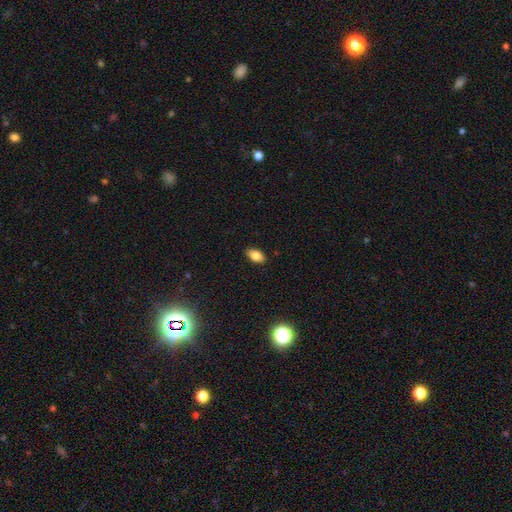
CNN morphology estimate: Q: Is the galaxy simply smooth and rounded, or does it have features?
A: smooth — 82%.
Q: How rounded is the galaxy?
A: in between — 91%.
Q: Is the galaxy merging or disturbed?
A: none — 89%.